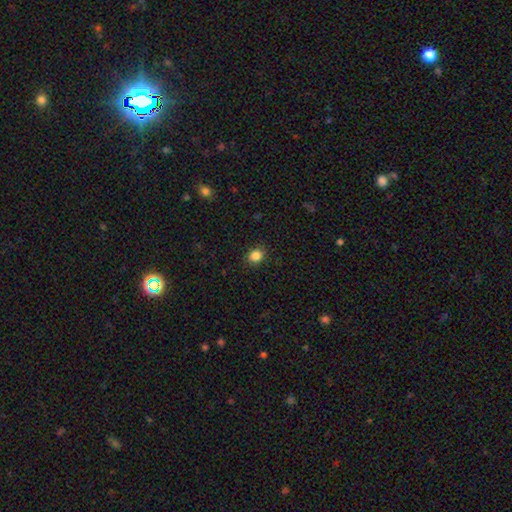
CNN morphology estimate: Smooth or featured?
  - smooth: 85% *
  - star or artifact: 11%
  - featured or disk: 4%
How rounded?
  - round: 62% *
  - in between: 37%
  - cigar-shaped: 1%
Merging?
  - none: 90% *
  - minor disturbance: 7%
  - major disturbance: 2%
  - merger: 1%